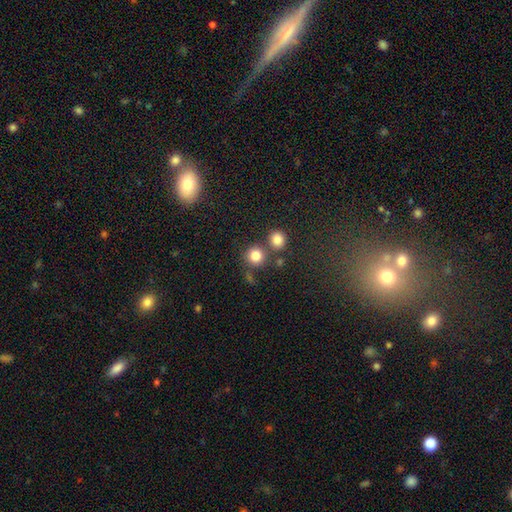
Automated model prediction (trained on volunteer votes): A smooth galaxy with no disk features (81%) that is round (90%). Merging: none (68%).